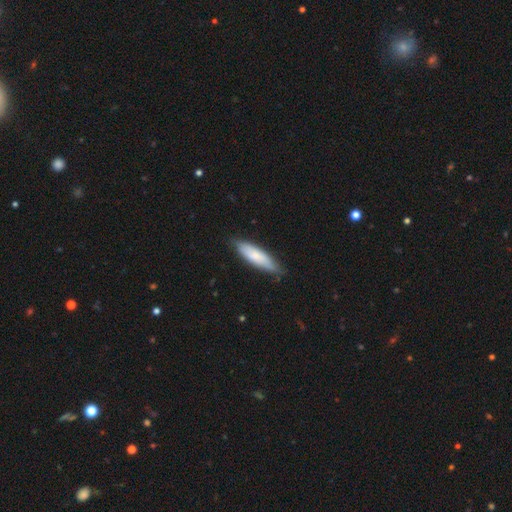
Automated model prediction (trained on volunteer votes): smooth 74%, featured or disk 21%, star or artifact 5%. Down the decision tree: how rounded — cigar-shaped (62%); merging — none (78%).